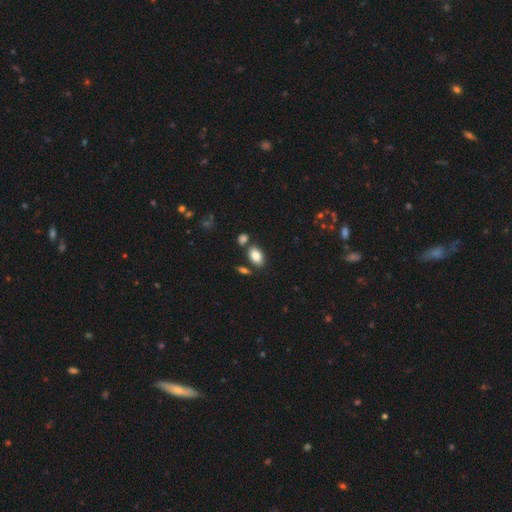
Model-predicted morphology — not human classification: This is clearly a smooth galaxy (84%). How rounded: clearly in between (91%). Merging: likely none (72%).